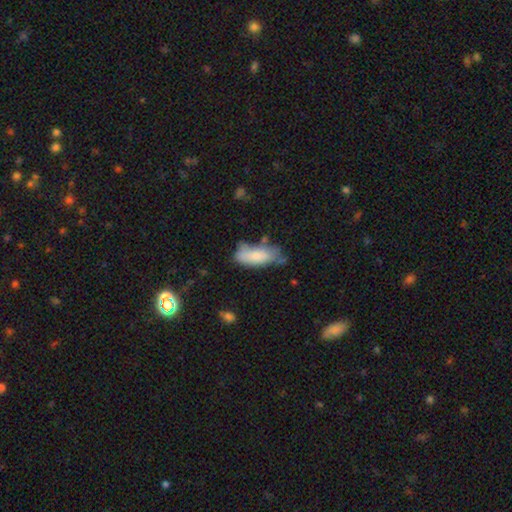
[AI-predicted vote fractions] A smooth galaxy with no disk features (74%) that is in between round and cigar-shaped (76%).

Vote fractions:
- Smooth or featured? smooth: 74% / featured or disk: 19% / star or artifact: 7%
- How rounded? in between: 76% / cigar-shaped: 22% / round: 2%
- Merging? none: 45% / minor disturbance: 33% / major disturbance: 12% / merger: 10%